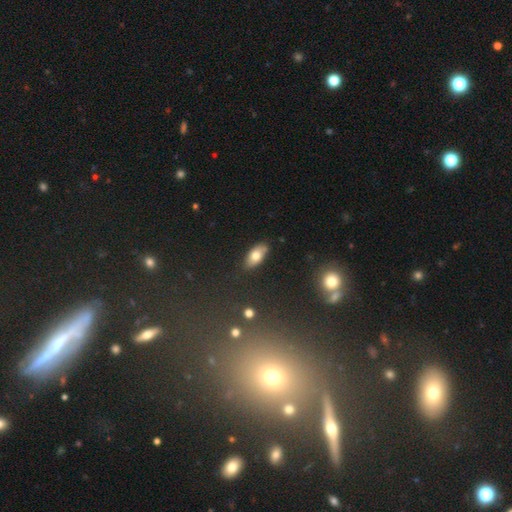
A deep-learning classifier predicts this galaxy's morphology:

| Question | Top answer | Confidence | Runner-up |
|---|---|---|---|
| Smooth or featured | smooth | 75% | featured or disk (18%) |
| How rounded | in between | 90% | cigar-shaped (7%) |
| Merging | none | 84% | minor disturbance (12%) |